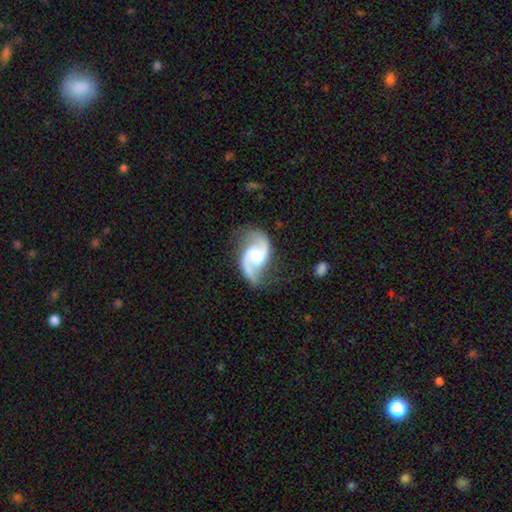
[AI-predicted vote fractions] This is clearly a featured or disk galaxy (90%). It is clearly not viewed edge-on (98%). Bar: possibly no (48%). Spiral arm pattern: clearly yes (98%). Spiral arm count: clearly 2 (94%). Spiral winding: possibly medium (47%). Central bulge: marginally moderate (41%). Merging: likely none (72%).